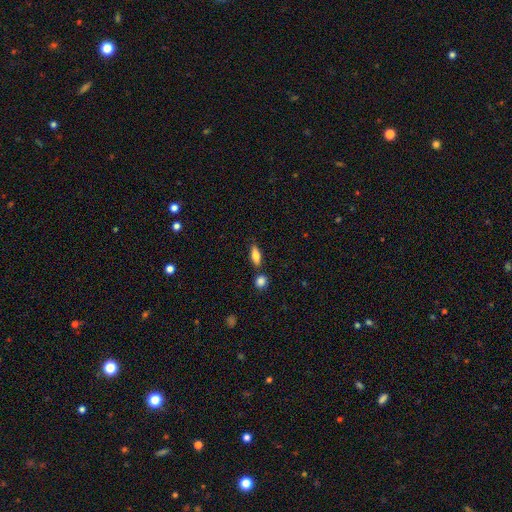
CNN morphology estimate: Overall: smooth (76%). How rounded: in between (69%). Merging: none (77%).